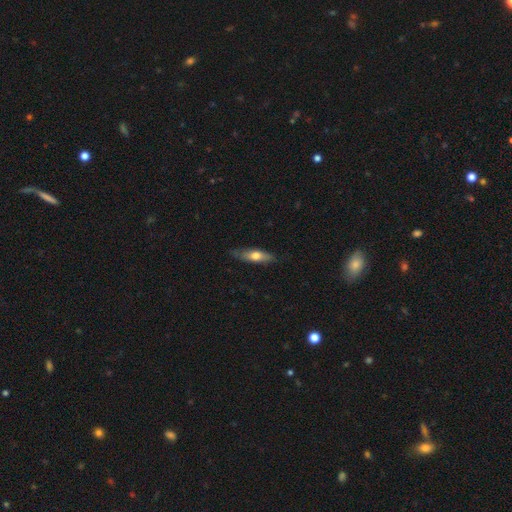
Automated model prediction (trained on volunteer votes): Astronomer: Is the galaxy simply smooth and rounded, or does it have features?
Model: smooth — 61%.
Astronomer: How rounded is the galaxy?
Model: cigar-shaped — 50% (runner-up: in between, 48%).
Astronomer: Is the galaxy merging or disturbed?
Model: none — 76%.